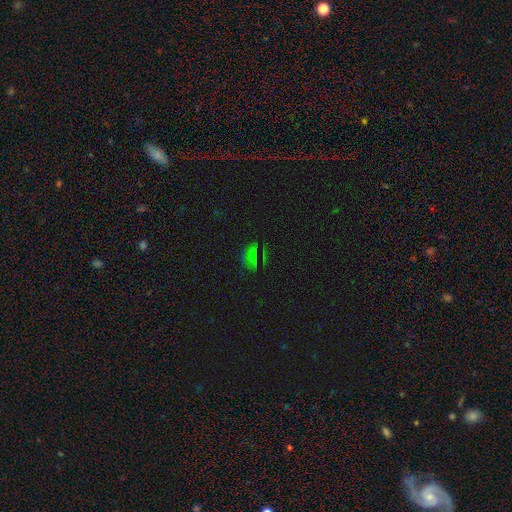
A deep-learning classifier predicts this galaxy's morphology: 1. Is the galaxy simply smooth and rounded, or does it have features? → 47% star or artifact, 39% smooth, 14% featured or disk.